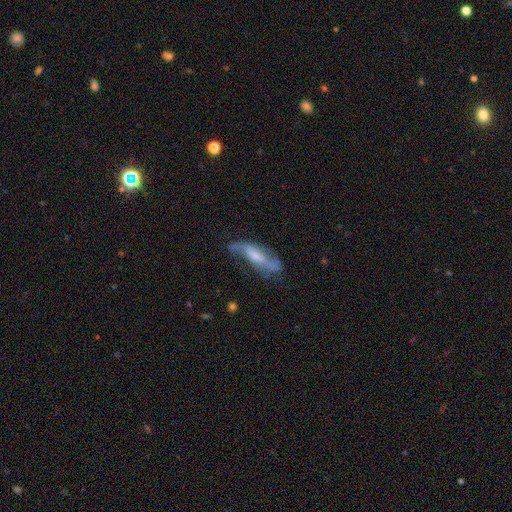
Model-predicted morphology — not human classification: A featured or disk galaxy (66%) with a weak bar (40%), spiral arms (86%) and a moderate central bulge (38%). Merging: none (54%).